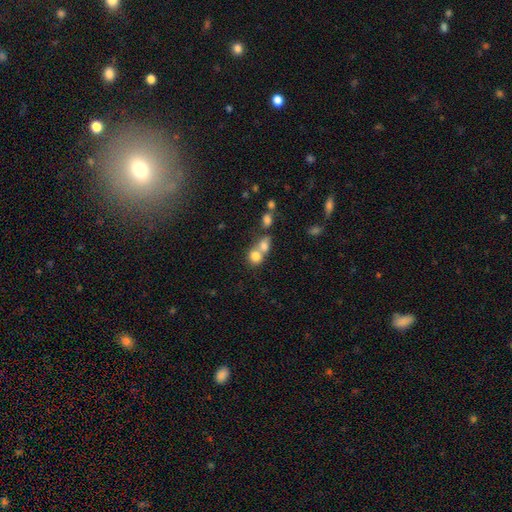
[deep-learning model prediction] smooth 78%, featured or disk 11%, star or artifact 11%. Down the decision tree: how rounded — round (70%); merging — merger (60%).